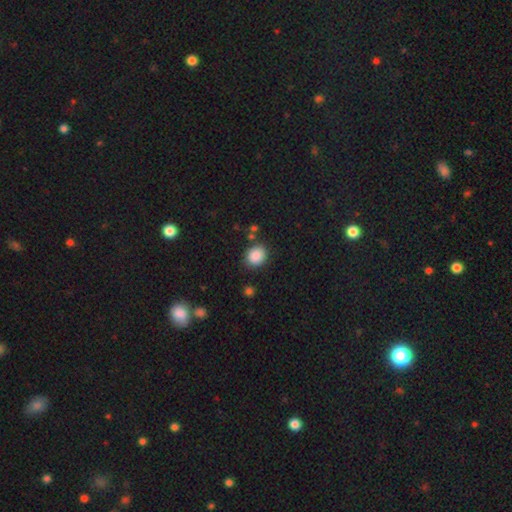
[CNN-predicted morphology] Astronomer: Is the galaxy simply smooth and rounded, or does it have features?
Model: smooth — 87%.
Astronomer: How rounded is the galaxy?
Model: round — 68%.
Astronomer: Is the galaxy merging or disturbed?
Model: none — 82%.